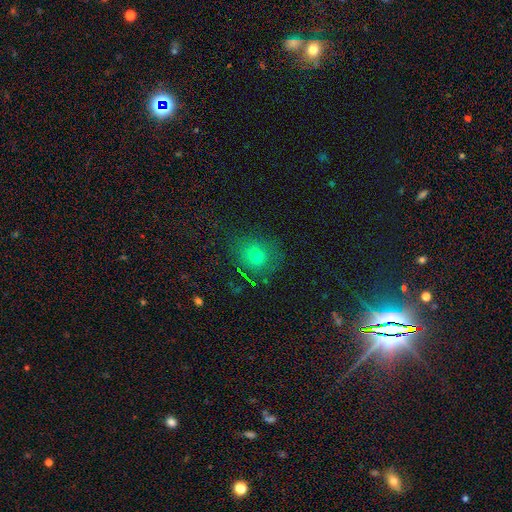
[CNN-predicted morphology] Smooth or featured?
  - smooth: 67% *
  - star or artifact: 21%
  - featured or disk: 13%
How rounded?
  - round: 81% *
  - in between: 17%
  - cigar-shaped: 1%
Merging?
  - none: 74% *
  - minor disturbance: 16%
  - major disturbance: 7%
  - merger: 2%